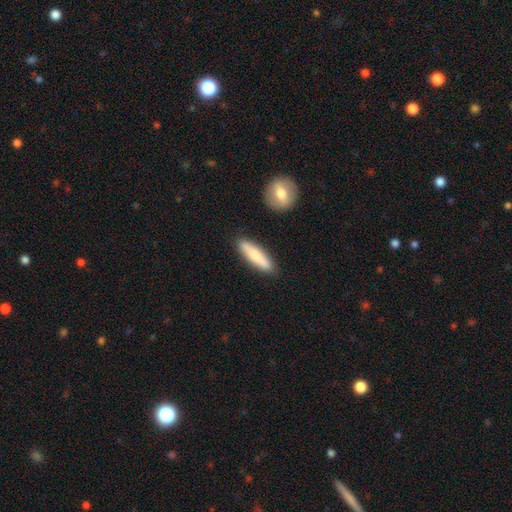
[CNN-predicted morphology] A smooth galaxy with no disk features (74%) that is cigar-shaped (78%).

Vote fractions:
- Smooth or featured? smooth: 74% / featured or disk: 21% / star or artifact: 5%
- How rounded? cigar-shaped: 78% / in between: 20% / round: 2%
- Merging? none: 86% / minor disturbance: 9% / merger: 3% / major disturbance: 2%